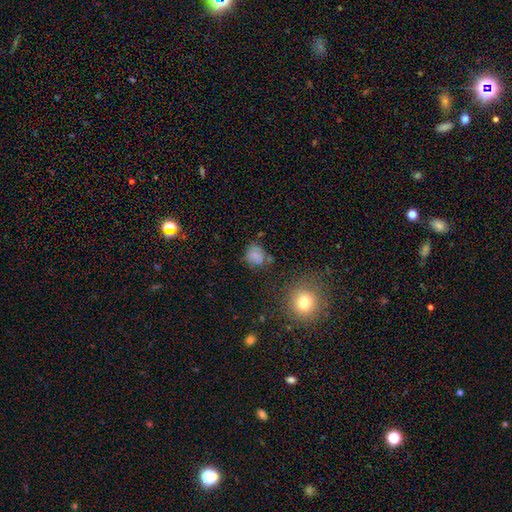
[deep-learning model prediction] A smooth galaxy with no disk features (74%) that is round (74%). Merging: none (64%).